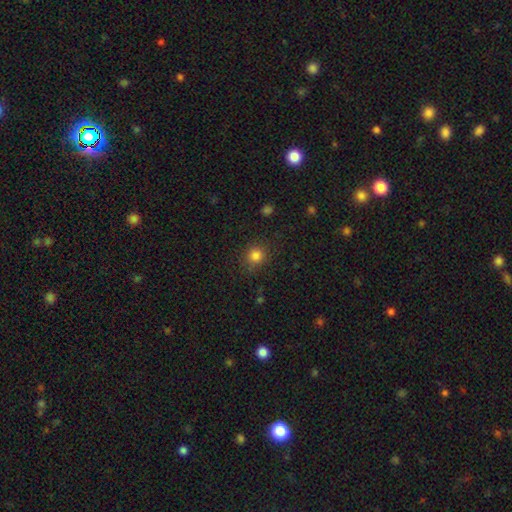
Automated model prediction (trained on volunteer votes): smooth 83%, star or artifact 13%, featured or disk 5%. Down the decision tree: how rounded — round (88%); merging — none (86%).